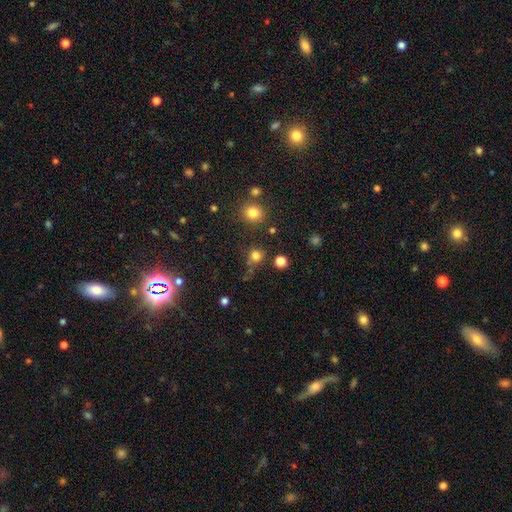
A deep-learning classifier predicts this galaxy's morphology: Smooth or featured? smooth (77%)
How rounded? round (89%)
Merging? none (69%)